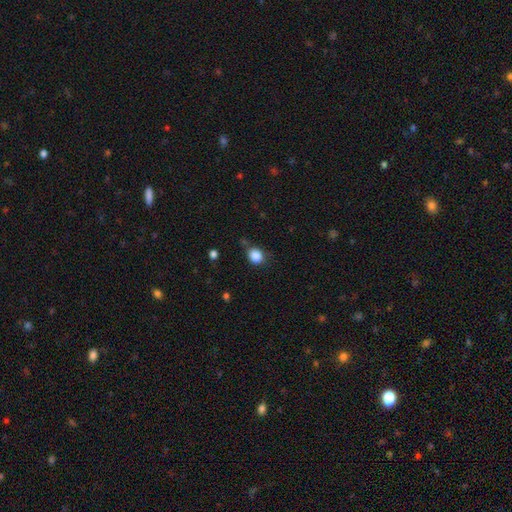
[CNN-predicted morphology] The model was most divided on "how rounded": round: 70%, in between: 29%, cigar-shaped: 1%. More confident: smooth or featured — smooth (86%); merging — none (71%).